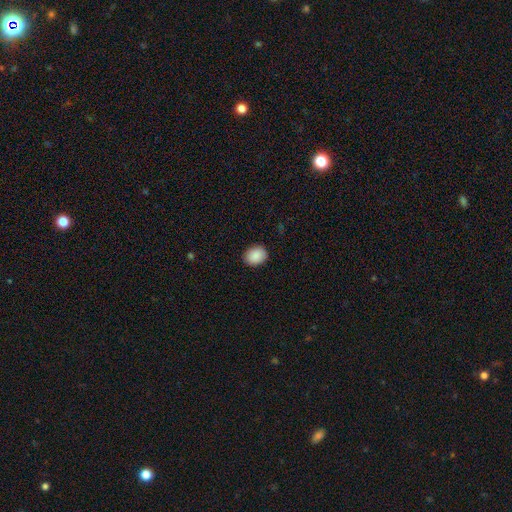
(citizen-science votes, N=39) Morphology: type=smooth (92%); roundness=in between (53%); merging=none (95%).